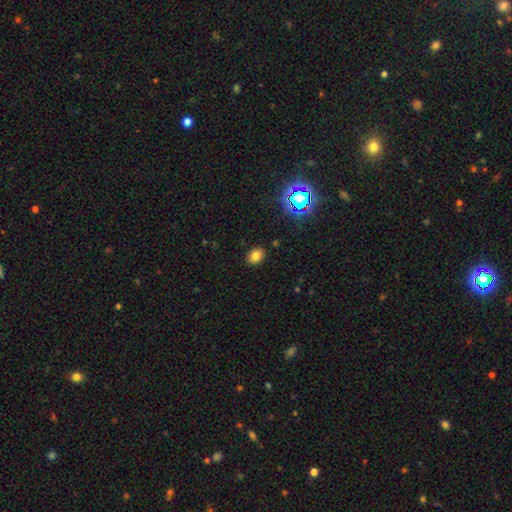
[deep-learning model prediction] smooth-or-featured: smooth: 77% | star or artifact: 16% | featured or disk: 8%
  how-rounded: in between: 62% | round: 37% | cigar-shaped: 1%
  merging: none: 88% | minor disturbance: 8% | major disturbance: 2% | merger: 1%